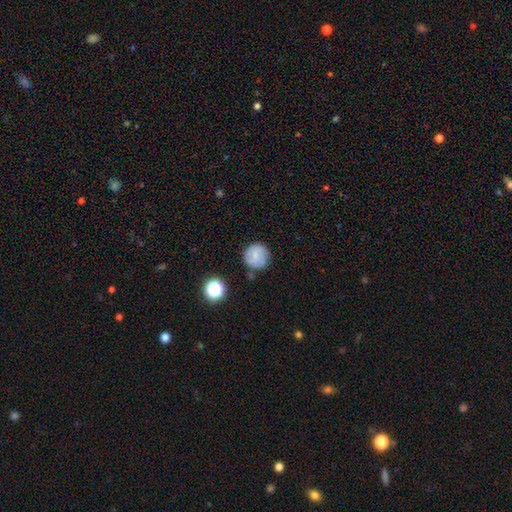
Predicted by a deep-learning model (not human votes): This appears to be a smooth galaxy with no disk features (69%) that is round (93%). Merging: none (77%).